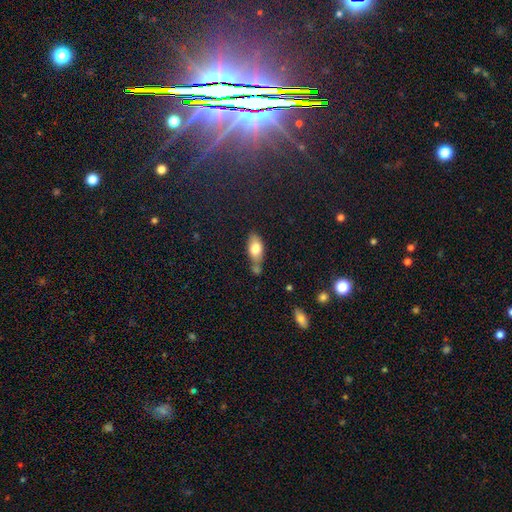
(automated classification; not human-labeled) smooth 76%, featured or disk 17%, star or artifact 8%. Down the decision tree: how rounded — in between (86%); merging — none (50%).